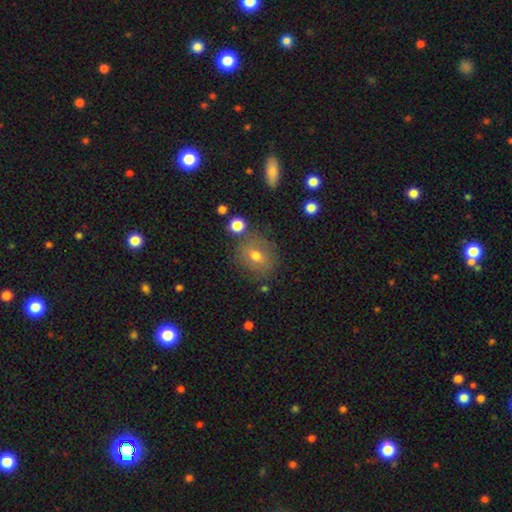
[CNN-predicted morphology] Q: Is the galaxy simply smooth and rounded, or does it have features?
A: smooth — 60%.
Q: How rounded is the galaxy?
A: round — 64%.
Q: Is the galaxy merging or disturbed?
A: none — 77%.